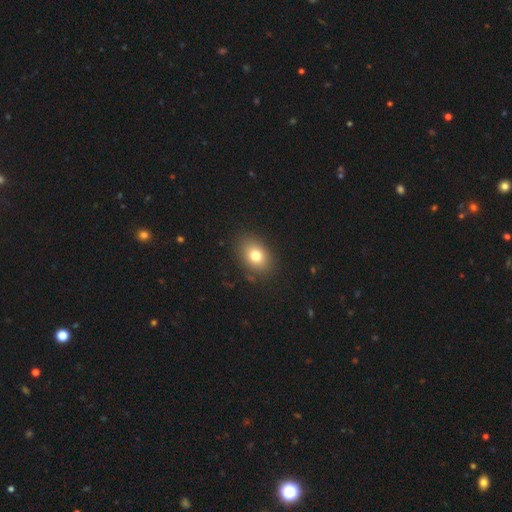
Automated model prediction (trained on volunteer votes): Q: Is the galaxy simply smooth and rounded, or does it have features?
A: smooth — 78%.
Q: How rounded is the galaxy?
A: in between — 69%.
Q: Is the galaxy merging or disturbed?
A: none — 86%.